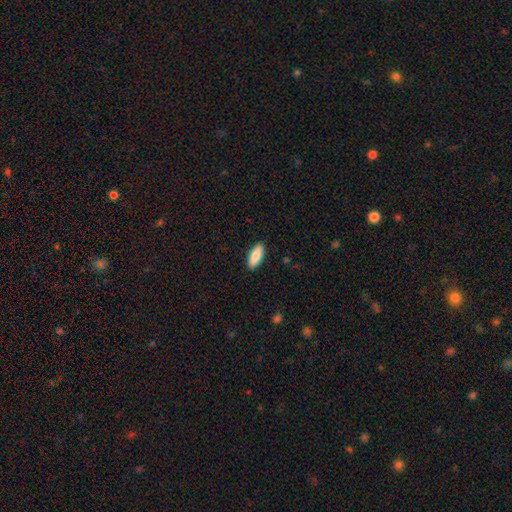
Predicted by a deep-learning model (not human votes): Smooth or featured? Predicted: smooth (p=0.86). How rounded? Predicted: in between (p=0.78). Merging? Predicted: none (p=0.90).